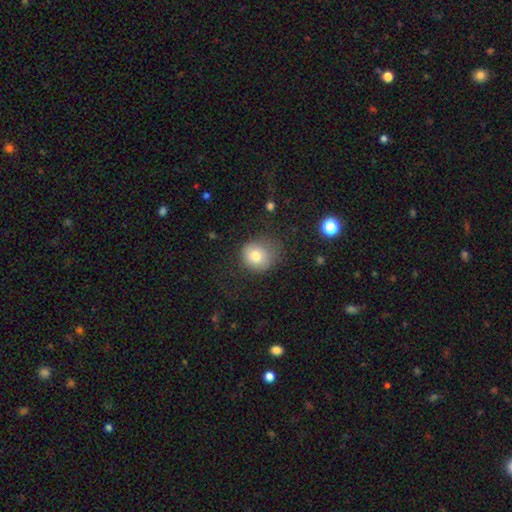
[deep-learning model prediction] smooth-or-featured: smooth: 78% | featured or disk: 12% | star or artifact: 10%
  how-rounded: round: 78% | in between: 21% | cigar-shaped: 1%
  merging: none: 55% | minor disturbance: 26% | major disturbance: 17% | merger: 2%